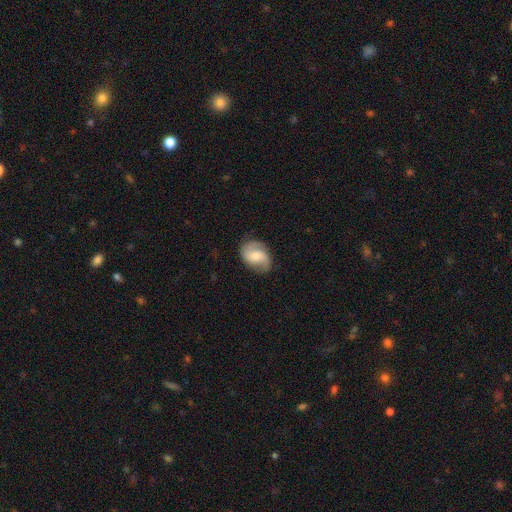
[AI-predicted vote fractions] The model was most divided on "spiral winding": medium: 44%, loose: 36%, tight: 20%. Remaining: edge-on disk — no (97%); spiral arms — yes (93%); spiral arm count — 2 (81%); merging — none (75%); smooth or featured — featured or disk (66%); bulge size — moderate (51%); bar — no (50%).